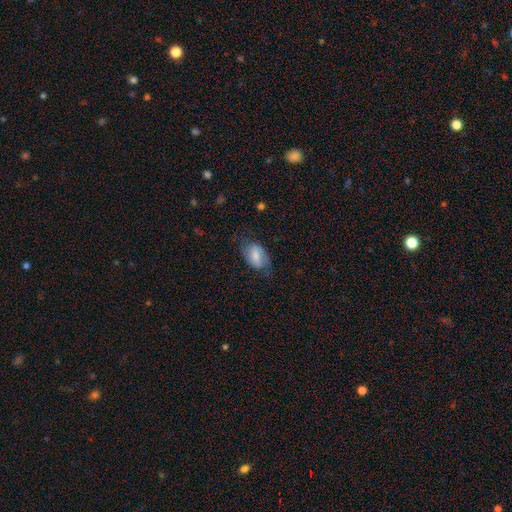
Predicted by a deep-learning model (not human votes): smooth 54%, featured or disk 39%, star or artifact 7%. Down the decision tree: how rounded — in between (87%); merging — none (58%).